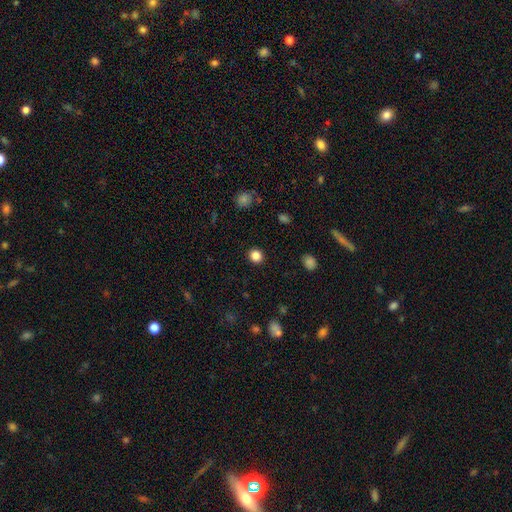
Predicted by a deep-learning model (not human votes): This is clearly a smooth galaxy (85%). How rounded: clearly round (89%). Merging: clearly none (91%).